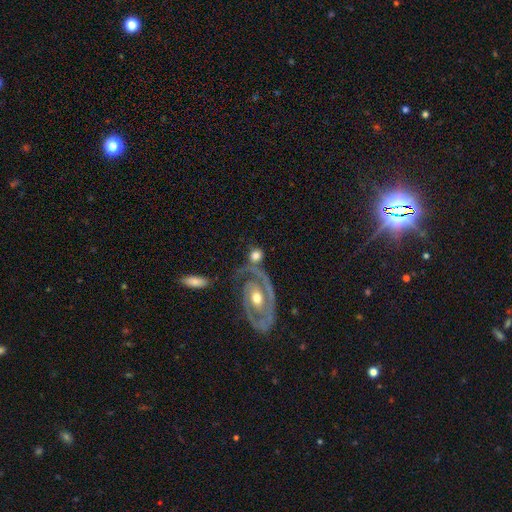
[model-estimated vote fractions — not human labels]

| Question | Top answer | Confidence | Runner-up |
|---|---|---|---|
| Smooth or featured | smooth | 53% | featured or disk (39%) |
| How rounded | round | 69% | in between (28%) |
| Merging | none | 52% | merger (24%) |